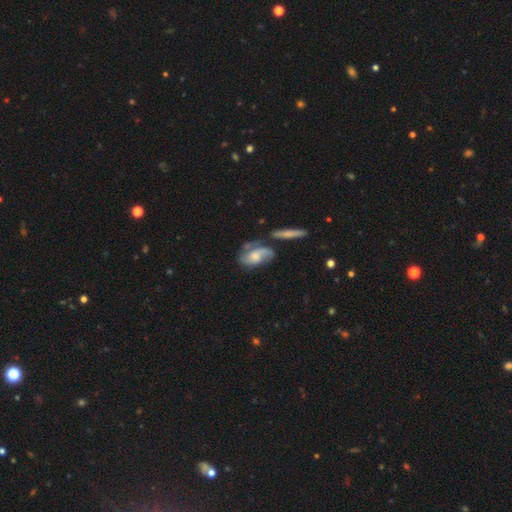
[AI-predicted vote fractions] smooth-or-featured: featured or disk: 61% | smooth: 33% | star or artifact: 7%
  disk-edge-on: no: 92% | yes: 8%
    bar: no: 67% | weak: 27% | strong: 6%
    has-spiral-arms: yes: 85% | no: 15%
    bulge-size: moderate: 49% | small: 33% | large: 9% | none: 6% | dominant: 2%
  merging: none: 43% | minor disturbance: 24% | merger: 17% | major disturbance: 17%